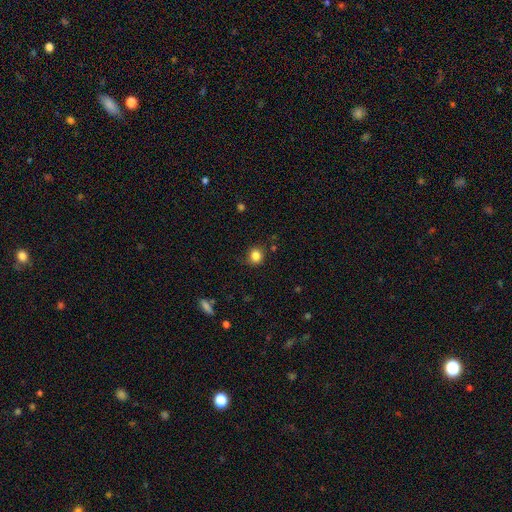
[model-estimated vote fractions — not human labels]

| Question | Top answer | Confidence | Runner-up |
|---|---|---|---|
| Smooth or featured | smooth | 84% | star or artifact (12%) |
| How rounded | round | 84% | in between (15%) |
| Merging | none | 83% | minor disturbance (13%) |